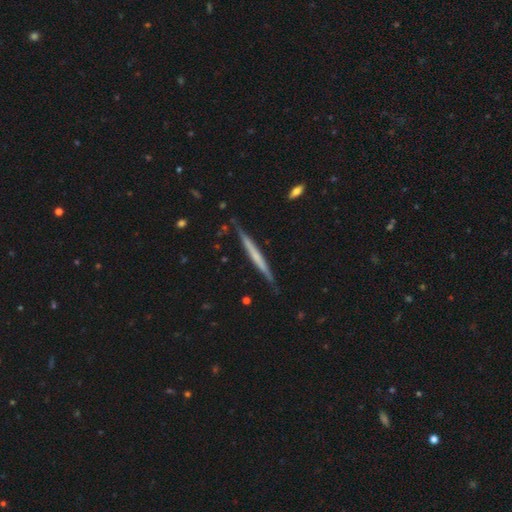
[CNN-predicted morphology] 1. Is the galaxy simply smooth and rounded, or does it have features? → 56% featured or disk, 39% smooth, 5% star or artifact.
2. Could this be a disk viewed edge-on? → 97% yes, 3% no.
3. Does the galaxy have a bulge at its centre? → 78% none, 15% rounded, 7% boxy.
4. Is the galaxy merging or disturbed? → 85% none, 12% minor disturbance, 2% major disturbance, 2% merger.